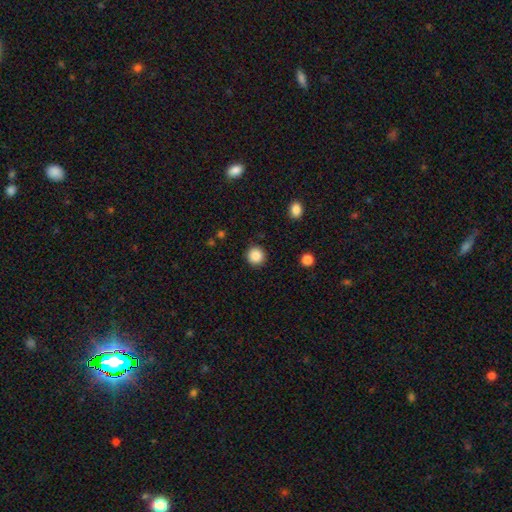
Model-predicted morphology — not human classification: This appears to be a smooth galaxy with no disk features (87%) that is round (94%). Merging: none (91%).